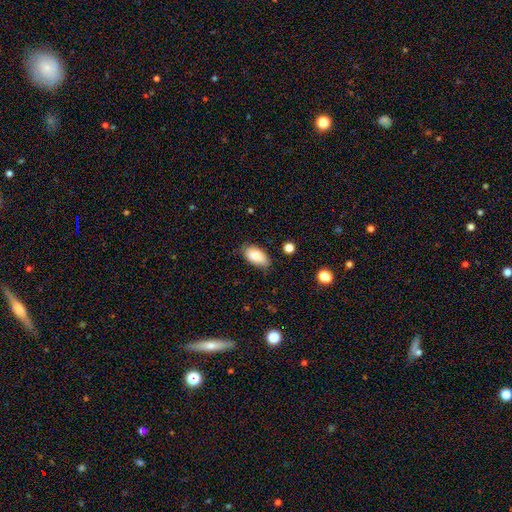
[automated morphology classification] A smooth galaxy with no disk features (86%) that is in between round and cigar-shaped (93%). Merging: none (74%).